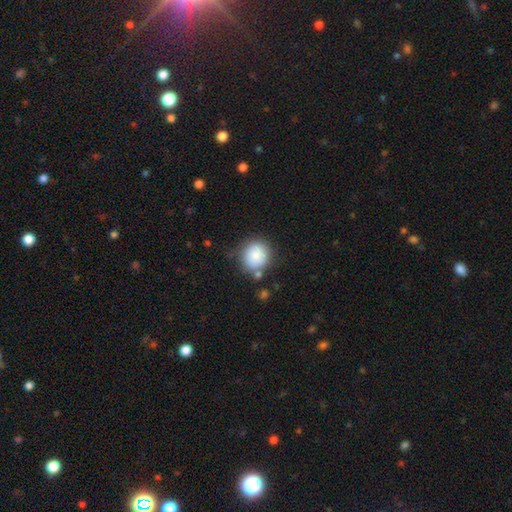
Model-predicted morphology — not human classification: This appears to be a smooth galaxy with no disk features (84%) that is round (85%). Merging: none (73%).